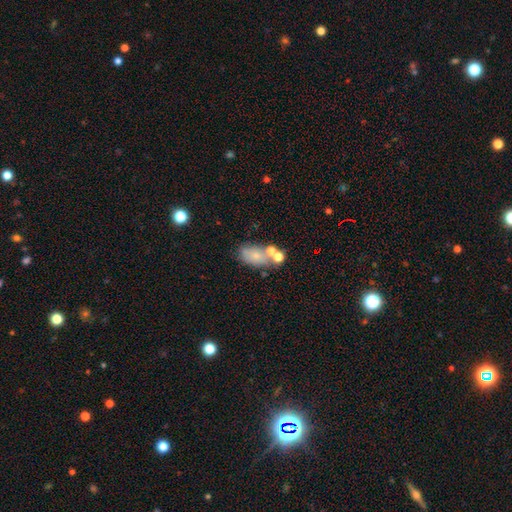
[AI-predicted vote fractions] smooth 64%, featured or disk 24%, star or artifact 12%. Down the decision tree: how rounded — in between (84%); merging — none (44%).